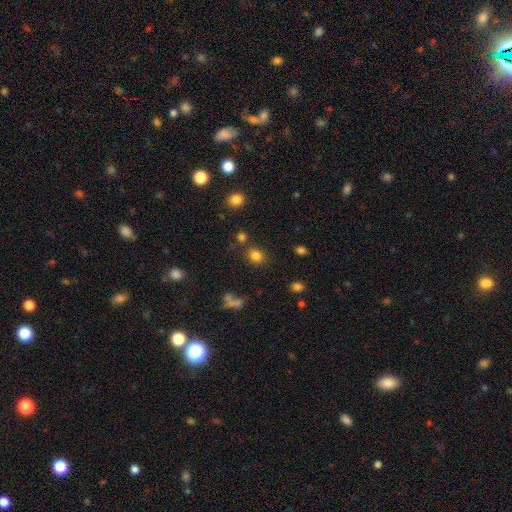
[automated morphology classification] A smooth galaxy with no disk features (81%) that is round (71%). Merging: none (79%).